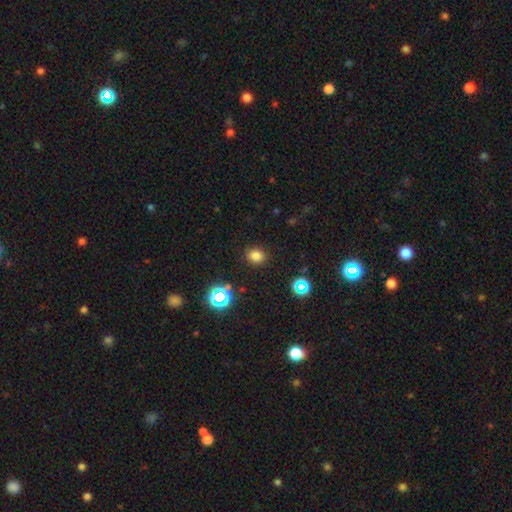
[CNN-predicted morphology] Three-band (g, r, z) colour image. It shows a smooth galaxy with no disk features (77%) that is round (56%). Merging: none (88%).